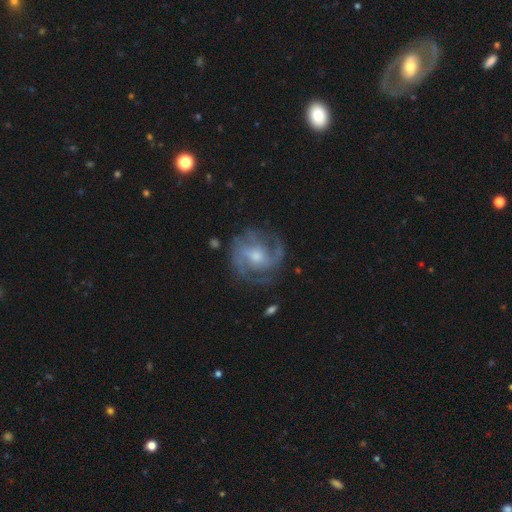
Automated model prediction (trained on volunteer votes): Smooth or featured? featured or disk (82%)
Edge-on disk? no (97%)
Bar? no (50%)
Spiral arms? yes (91%)
Spiral winding? medium (48%)
Spiral arm count? 2 (36%)
Bulge size? moderate (52%)
Merging? none (70%)